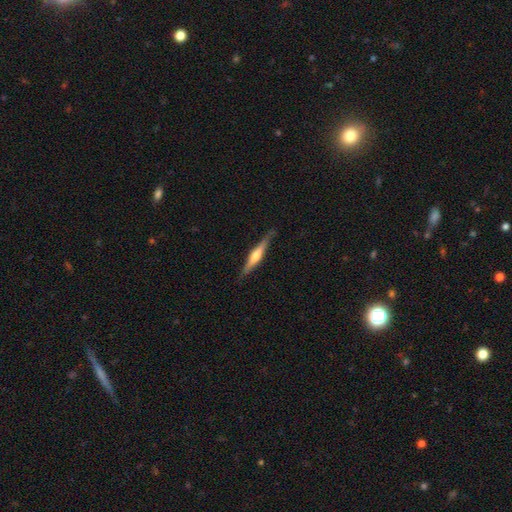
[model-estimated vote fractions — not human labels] Overall: featured or disk (66%; smooth 29%). Edge-on disk: yes (97%). Edge-on bulge: rounded (81%). Merging: none (84%).